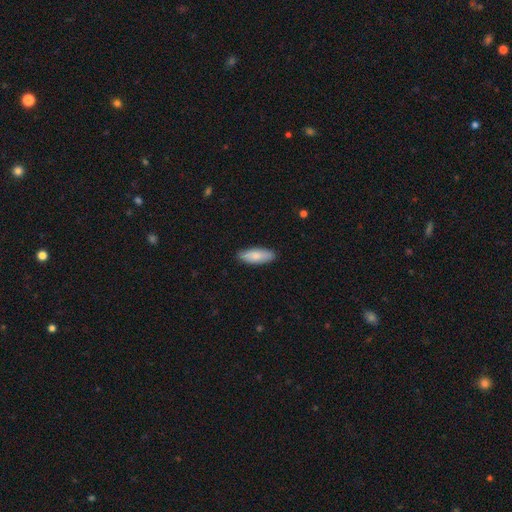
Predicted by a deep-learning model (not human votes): The model was most divided on "how rounded": in between: 70%, cigar-shaped: 29%, round: 2%. More confident: merging — none (88%); smooth or featured — smooth (82%).